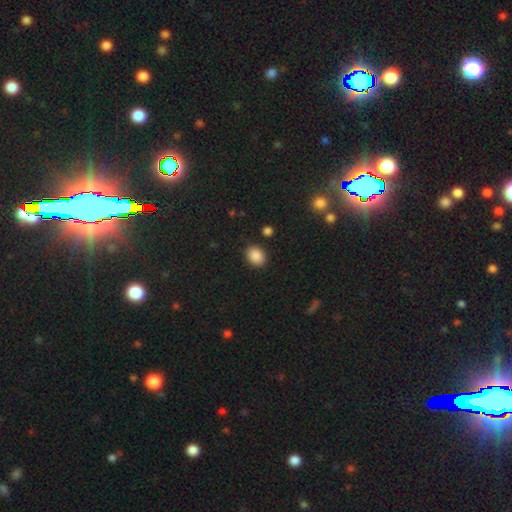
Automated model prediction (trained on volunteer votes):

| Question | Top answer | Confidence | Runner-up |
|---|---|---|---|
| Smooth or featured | smooth | 88% | star or artifact (9%) |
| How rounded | in between | 57% | round (42%) |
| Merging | none | 88% | minor disturbance (8%) |